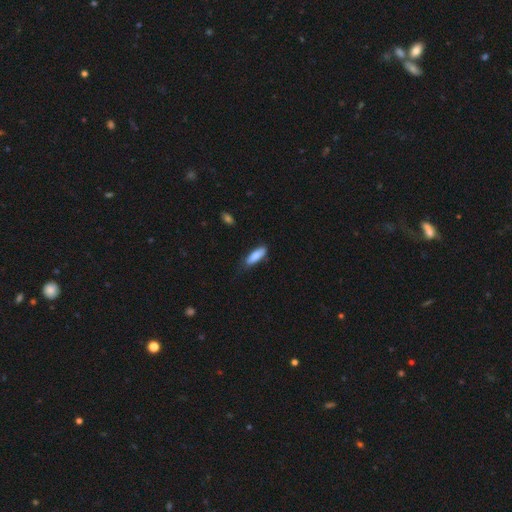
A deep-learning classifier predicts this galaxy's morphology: smooth 82%, featured or disk 12%, star or artifact 6%. Down the decision tree: how rounded — in between (51%); merging — none (64%).